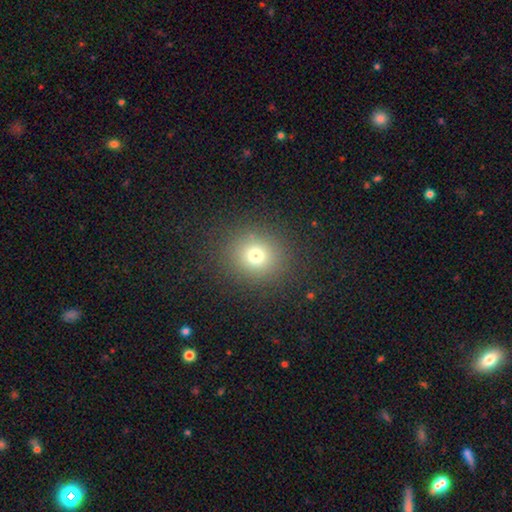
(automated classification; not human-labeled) Q: Smooth or featured?
A: smooth (72%); runner-up: star or artifact (18%)
Q: How rounded?
A: round (86%); runner-up: in between (13%)
Q: Merging?
A: none (87%); runner-up: minor disturbance (8%)